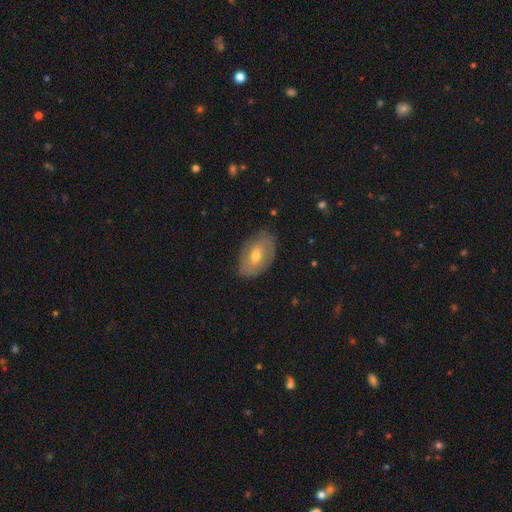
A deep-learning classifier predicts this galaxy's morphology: smooth-or-featured: featured or disk: 51% | smooth: 42% | star or artifact: 7%
  disk-edge-on: no: 89% | yes: 11%
  merging: none: 78% | minor disturbance: 17% | major disturbance: 4% | merger: 1%